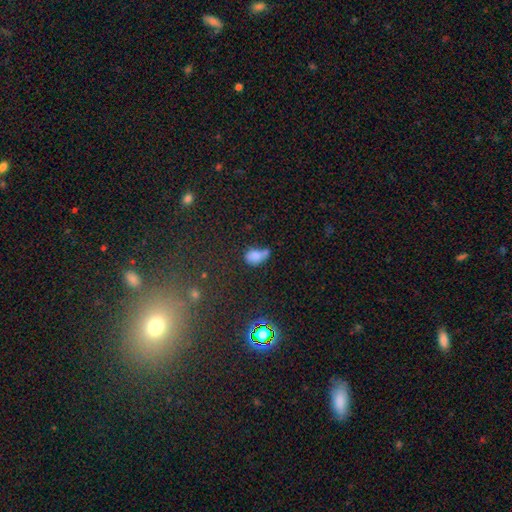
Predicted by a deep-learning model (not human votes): Q: Smooth or featured?
A: smooth (73%); runner-up: star or artifact (15%)
Q: How rounded?
A: in between (74%); runner-up: round (24%)
Q: Merging?
A: merger (31%); runner-up: none (28%)